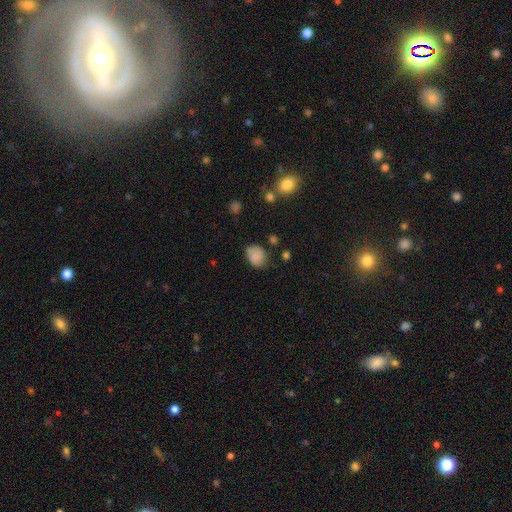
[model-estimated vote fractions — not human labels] smooth-or-featured: smooth: 80% | star or artifact: 10% | featured or disk: 10%
  how-rounded: in between: 54% | round: 45% | cigar-shaped: 1%
  merging: none: 61% | minor disturbance: 27% | major disturbance: 8% | merger: 4%